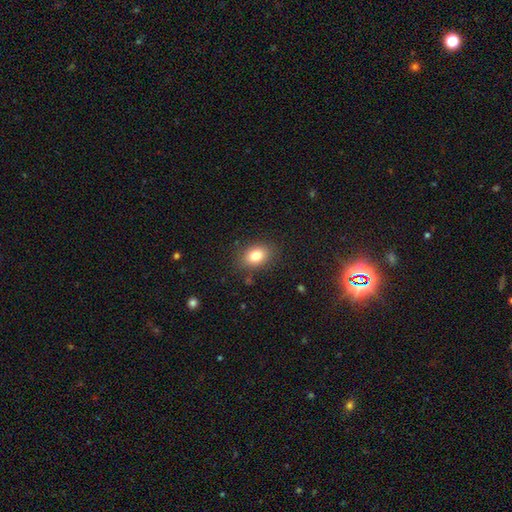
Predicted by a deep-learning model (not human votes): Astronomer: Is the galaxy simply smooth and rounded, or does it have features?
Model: smooth — 81%.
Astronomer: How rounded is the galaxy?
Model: in between — 70%.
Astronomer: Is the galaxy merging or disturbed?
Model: none — 85%.